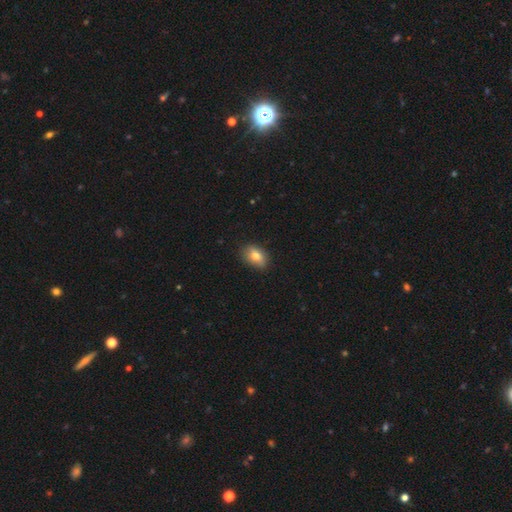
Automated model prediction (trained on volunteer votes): Morphology: type=smooth (78%); roundness=in between (82%); merging=none (80%).